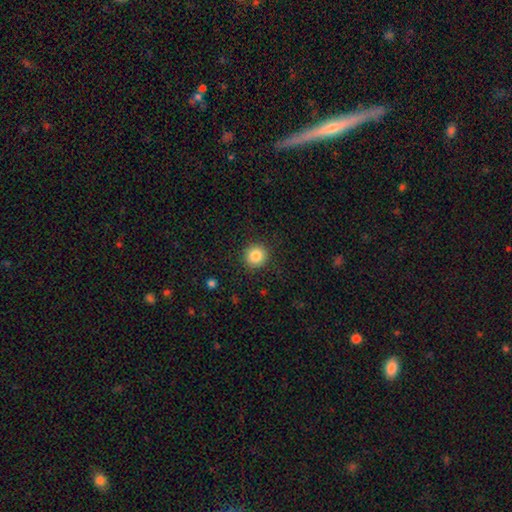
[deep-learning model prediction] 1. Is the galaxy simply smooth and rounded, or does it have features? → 85% smooth, 10% star or artifact, 5% featured or disk.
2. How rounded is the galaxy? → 92% round, 7% in between, 1% cigar-shaped.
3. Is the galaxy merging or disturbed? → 91% none, 6% minor disturbance, 2% major disturbance, 1% merger.